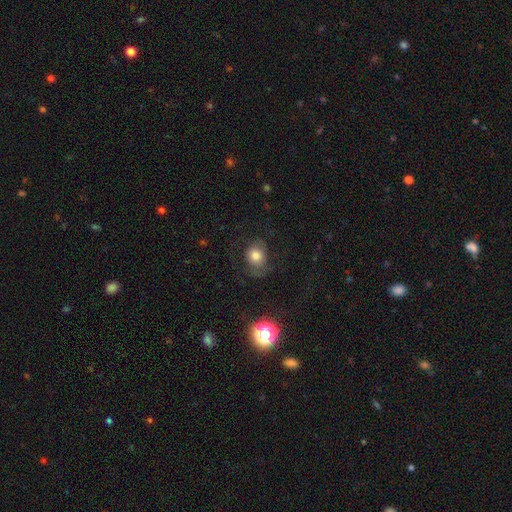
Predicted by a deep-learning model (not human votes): Smooth or featured?
  - smooth: 69% *
  - featured or disk: 18%
  - star or artifact: 13%
How rounded?
  - round: 60% *
  - in between: 39%
  - cigar-shaped: 1%
Merging?
  - none: 58% *
  - minor disturbance: 22%
  - major disturbance: 18%
  - merger: 2%